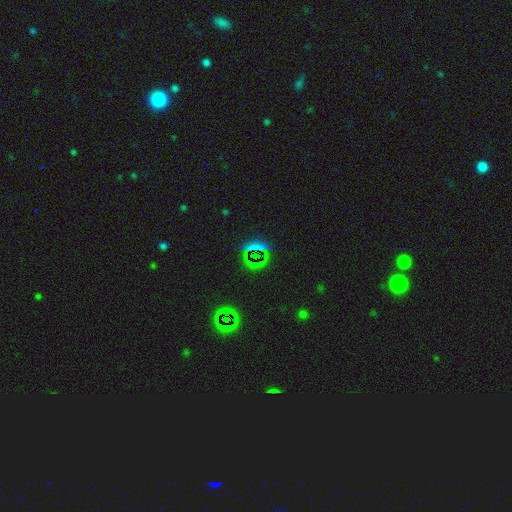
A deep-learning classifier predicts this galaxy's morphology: A star or artifact, not a galaxy (69%).

Vote fractions:
- Smooth or featured? star or artifact: 69% / smooth: 22% / featured or disk: 10%